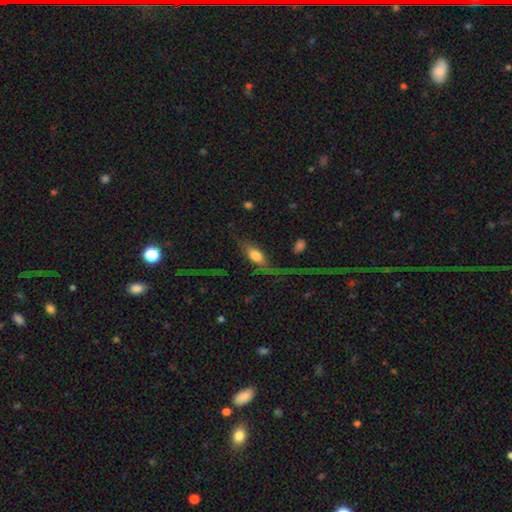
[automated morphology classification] A smooth galaxy with no disk features (52%) that is in between round and cigar-shaped (68%). Merging: none (42%).